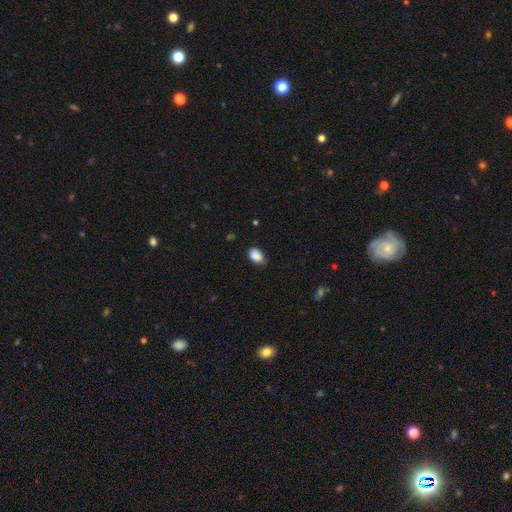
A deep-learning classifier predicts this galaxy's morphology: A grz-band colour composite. It shows a smooth galaxy with no disk features (89%) that is in between round and cigar-shaped (88%). Merging: none (73%).